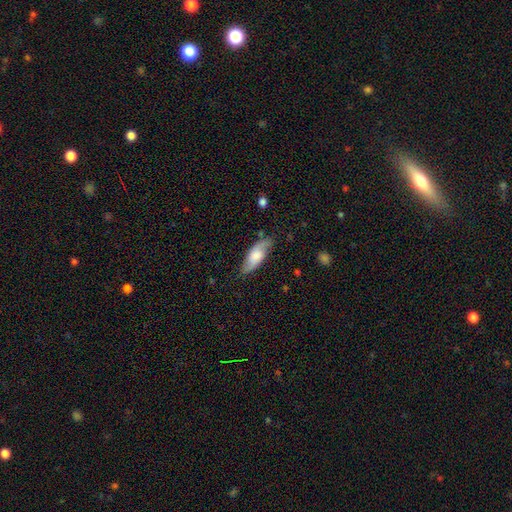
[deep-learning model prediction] A smooth galaxy with no disk features (57%) that is in between round and cigar-shaped (70%).

Vote fractions:
- Smooth or featured? smooth: 57% / featured or disk: 37% / star or artifact: 6%
- How rounded? in between: 70% / cigar-shaped: 28% / round: 2%
- Merging? none: 75% / minor disturbance: 19% / major disturbance: 4% / merger: 2%